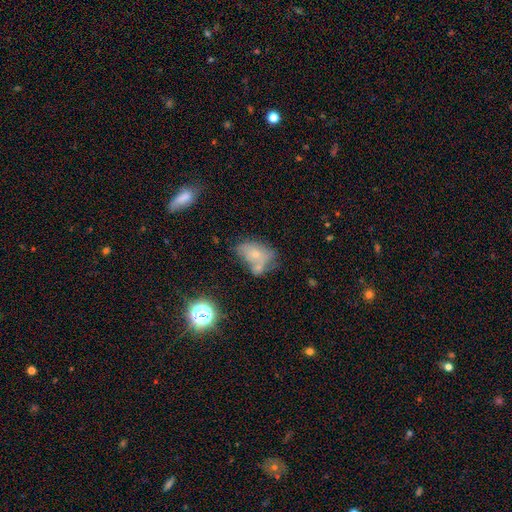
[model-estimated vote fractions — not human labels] This is possibly a smooth galaxy (57%). How rounded: clearly in between (82%). Merging: marginally merger (37%).